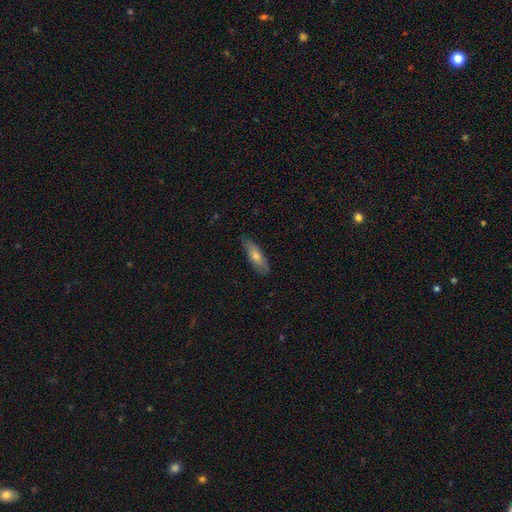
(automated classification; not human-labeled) smooth-or-featured: smooth: 65% | featured or disk: 28% | star or artifact: 7%
  how-rounded: cigar-shaped: 58% | in between: 40% | round: 2%
  merging: none: 83% | minor disturbance: 14% | major disturbance: 2% | merger: 1%